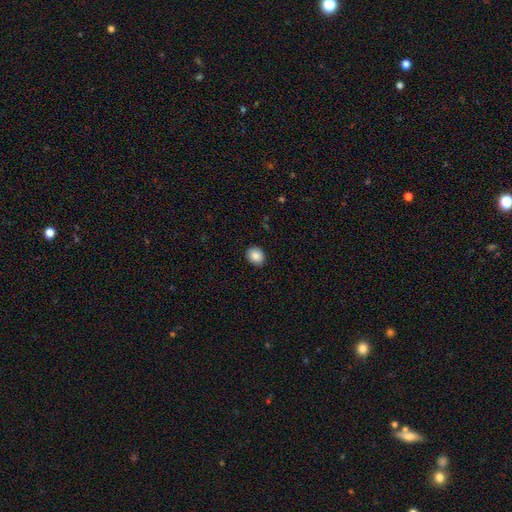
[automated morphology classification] A smooth galaxy with no disk features (88%) that is round (55%). Merging: none (89%).